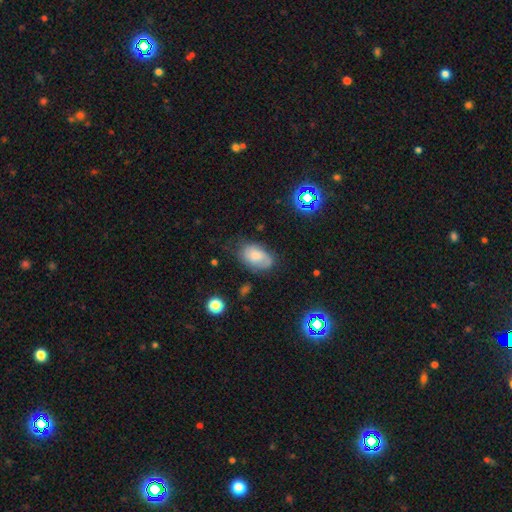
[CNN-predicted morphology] A smooth galaxy with no disk features (66%) that is in between round and cigar-shaped (89%).

Vote fractions:
- Smooth or featured? smooth: 66% / featured or disk: 24% / star or artifact: 10%
- How rounded? in between: 89% / round: 10% / cigar-shaped: 1%
- Merging? none: 57% / minor disturbance: 28% / major disturbance: 11% / merger: 3%